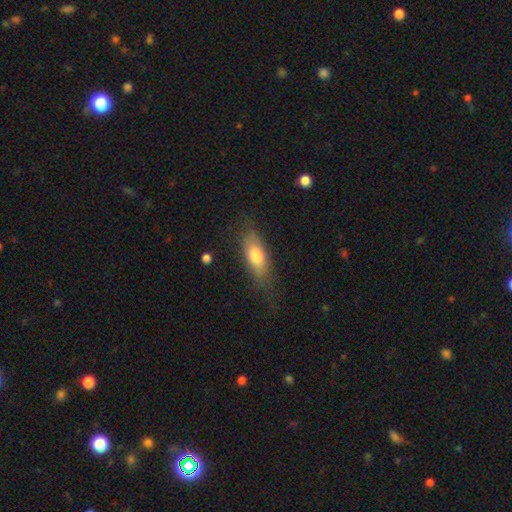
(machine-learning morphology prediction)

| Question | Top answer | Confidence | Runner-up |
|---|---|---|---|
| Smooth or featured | smooth | 70% | featured or disk (23%) |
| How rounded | in between | 72% | cigar-shaped (25%) |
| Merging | none | 68% | minor disturbance (22%) |